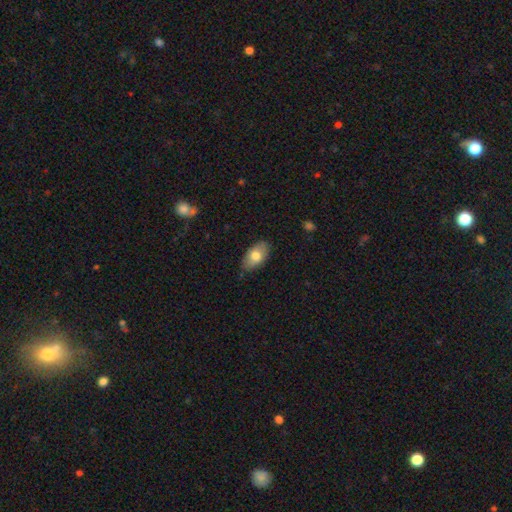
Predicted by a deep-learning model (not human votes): smooth 75%, featured or disk 19%, star or artifact 6%. Down the decision tree: how rounded — in between (93%); merging — none (81%).